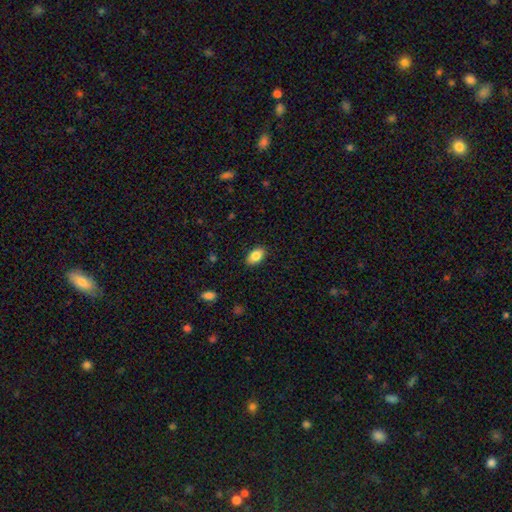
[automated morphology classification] The model was most divided on "smooth or featured": smooth: 85%, featured or disk: 8%, star or artifact: 8%. More confident: how rounded — in between (92%); merging — none (88%).